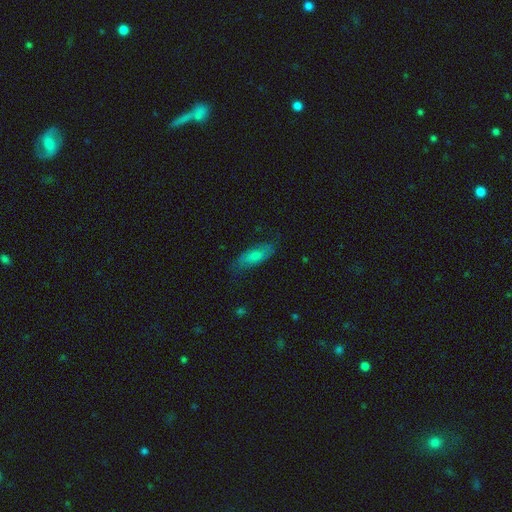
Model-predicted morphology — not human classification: smooth_or_featured: smooth (p=0.71) [alt: featured or disk p=0.22]
how_rounded: in between (p=0.64) [alt: cigar-shaped p=0.33]
merging: none (p=0.75) [alt: minor disturbance p=0.18]